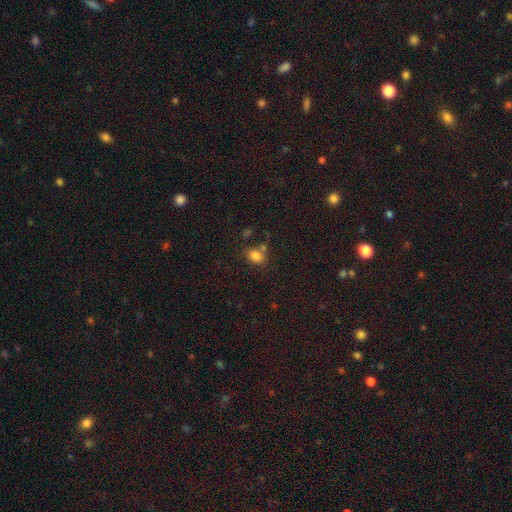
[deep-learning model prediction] Smooth or featured? Predicted: smooth (p=0.81). How rounded? Predicted: in between (p=0.72). Merging? Predicted: none (p=0.64).